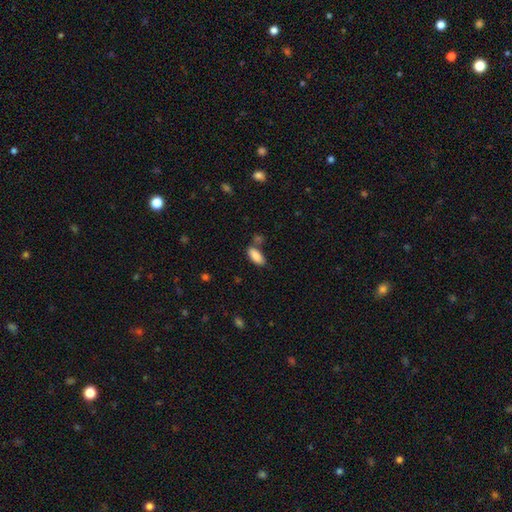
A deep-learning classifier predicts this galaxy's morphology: This is clearly a smooth galaxy (88%). How rounded: clearly in between (84%). Merging: likely none (68%).